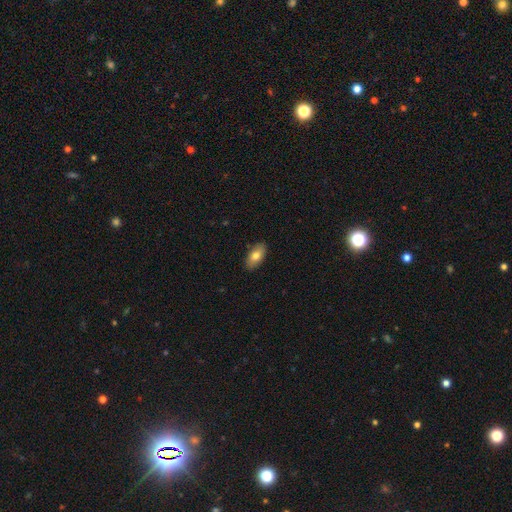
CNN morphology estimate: The model was most divided on "smooth or featured": smooth: 78%, featured or disk: 15%, star or artifact: 7%. More confident: how rounded — in between (91%); merging — none (88%).